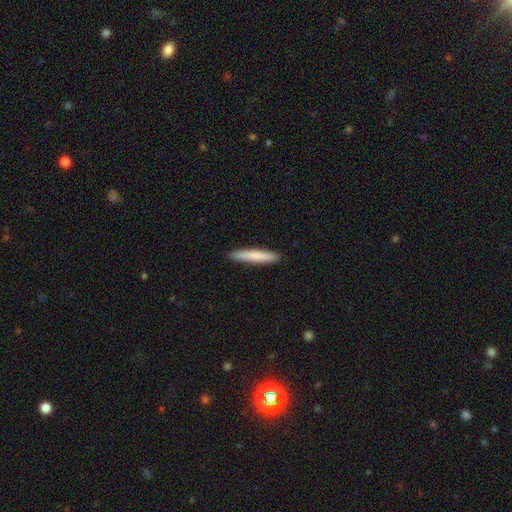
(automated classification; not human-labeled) Overall: smooth (78%). How rounded: cigar-shaped (94%). Merging: none (91%).